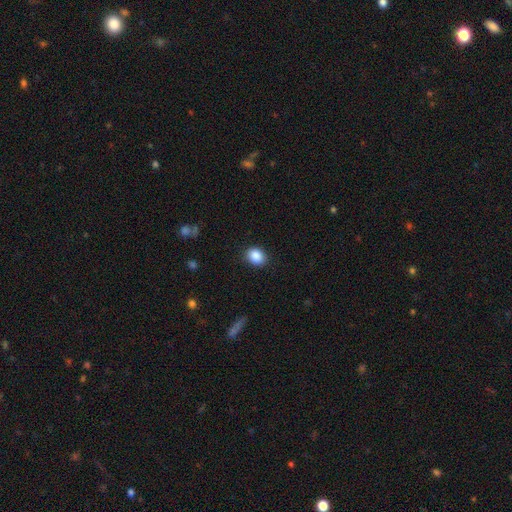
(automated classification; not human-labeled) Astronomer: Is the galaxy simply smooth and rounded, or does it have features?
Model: smooth — 88%.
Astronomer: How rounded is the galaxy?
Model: in between — 57% (runner-up: round, 42%).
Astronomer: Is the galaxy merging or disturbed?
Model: none — 87%.